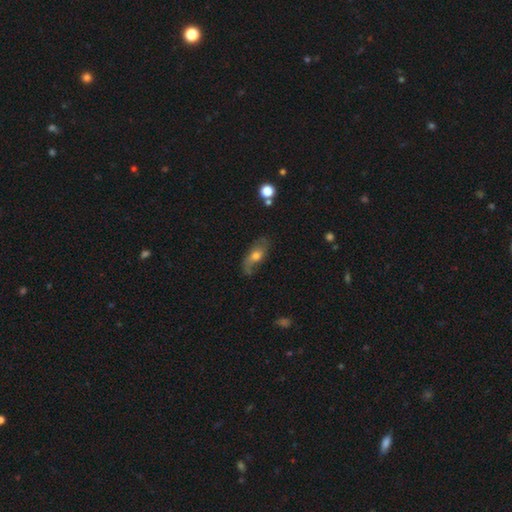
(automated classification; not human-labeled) This is possibly a featured or disk galaxy (50%). Merging: likely none (64%).